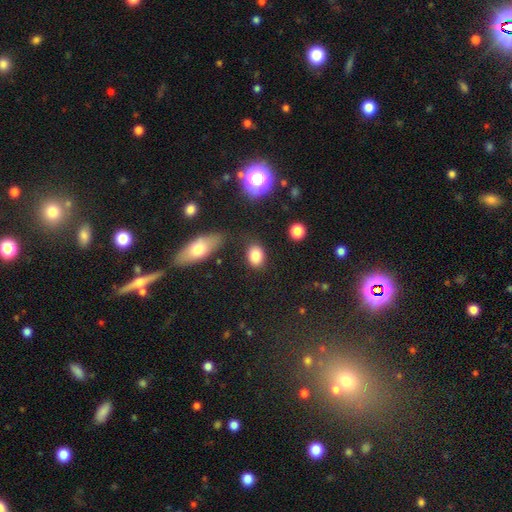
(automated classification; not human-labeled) The model was most divided on "how rounded": in between: 72%, round: 26%, cigar-shaped: 2%. More confident: smooth or featured — smooth (83%); merging — none (81%).